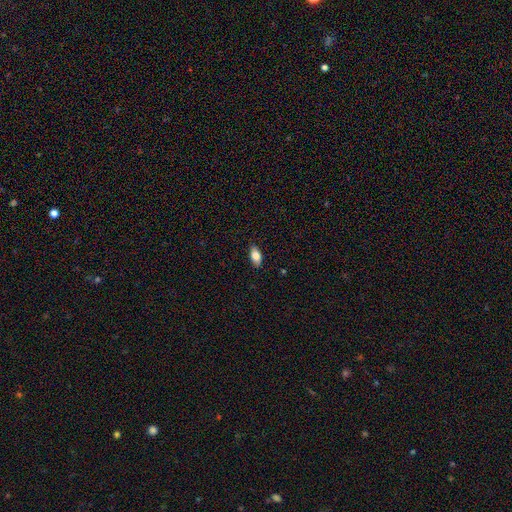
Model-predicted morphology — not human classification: A smooth galaxy with no disk features (81%) that is in between round and cigar-shaped (89%).

Vote fractions:
- Smooth or featured? smooth: 81% / featured or disk: 12% / star or artifact: 7%
- How rounded? in between: 89% / cigar-shaped: 6% / round: 4%
- Merging? none: 87% / minor disturbance: 10% / major disturbance: 2% / merger: 1%